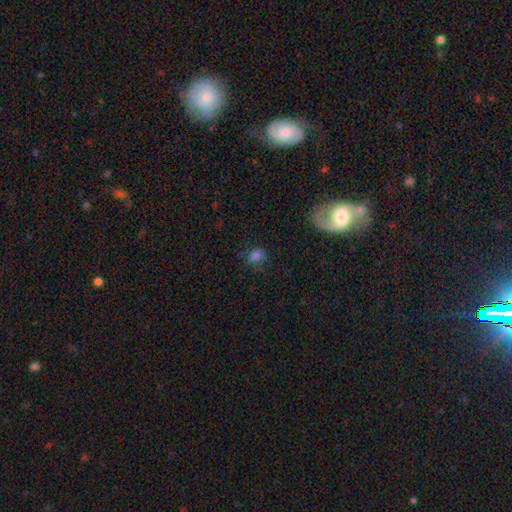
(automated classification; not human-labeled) This is likely a smooth galaxy (66%). How rounded: likely in between (64%). Merging: likely none (66%).